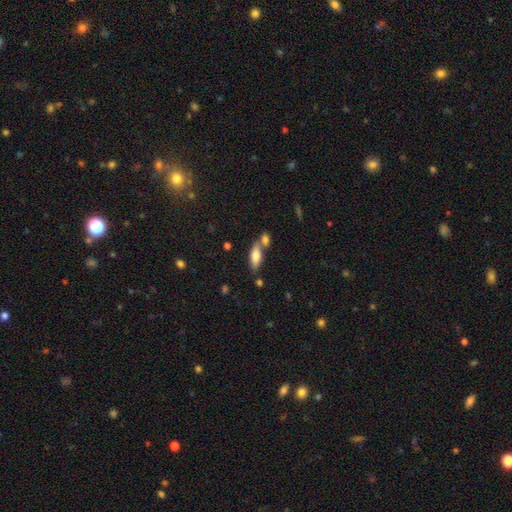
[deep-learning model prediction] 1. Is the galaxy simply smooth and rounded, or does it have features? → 69% smooth, 23% featured or disk, 7% star or artifact.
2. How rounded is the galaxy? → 64% in between, 33% cigar-shaped, 3% round.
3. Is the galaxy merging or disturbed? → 55% none, 29% merger, 12% minor disturbance, 4% major disturbance.